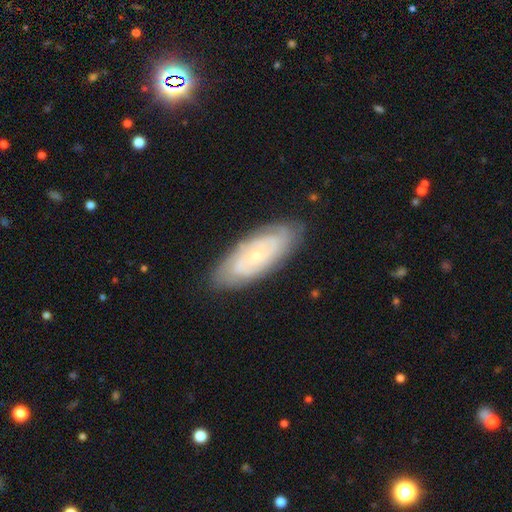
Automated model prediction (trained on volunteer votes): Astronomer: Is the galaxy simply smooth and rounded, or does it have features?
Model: featured or disk — 71%.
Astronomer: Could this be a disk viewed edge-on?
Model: no — 91%.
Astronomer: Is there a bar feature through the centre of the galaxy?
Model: no — 78%.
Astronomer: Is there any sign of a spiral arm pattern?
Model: yes — 89%.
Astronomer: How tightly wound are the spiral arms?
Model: tight — 75%.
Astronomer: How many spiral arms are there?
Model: can't tell — 52%.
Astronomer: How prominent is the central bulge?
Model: small — 80%.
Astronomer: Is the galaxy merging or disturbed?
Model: none — 82%.